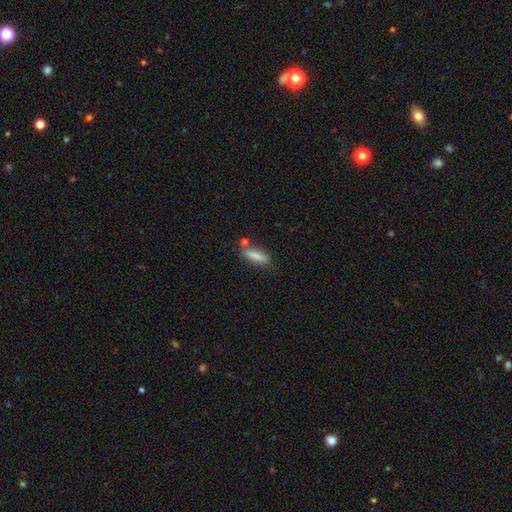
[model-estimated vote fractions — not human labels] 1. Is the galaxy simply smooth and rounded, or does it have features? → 82% smooth, 11% featured or disk, 7% star or artifact.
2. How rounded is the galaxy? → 51% cigar-shaped, 47% in between, 2% round.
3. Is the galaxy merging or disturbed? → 64% none, 16% minor disturbance, 15% merger, 4% major disturbance.